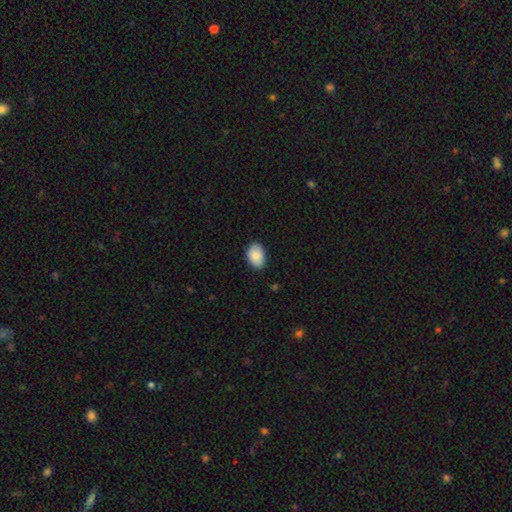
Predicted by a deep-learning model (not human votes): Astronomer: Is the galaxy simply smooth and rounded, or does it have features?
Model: smooth — 88%.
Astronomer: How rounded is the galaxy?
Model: in between — 85%.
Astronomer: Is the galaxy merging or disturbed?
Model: none — 85%.